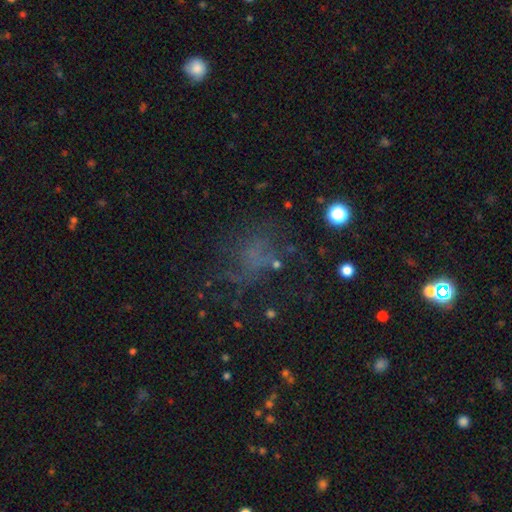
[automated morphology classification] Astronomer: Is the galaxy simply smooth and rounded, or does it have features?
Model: smooth — 40% (runner-up: star or artifact, 31%).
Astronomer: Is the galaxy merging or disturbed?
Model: none — 53%.